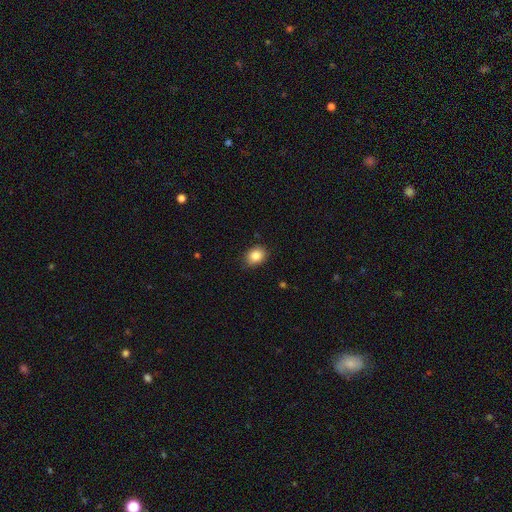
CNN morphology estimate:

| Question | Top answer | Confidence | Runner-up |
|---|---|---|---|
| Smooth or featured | smooth | 85% | star or artifact (9%) |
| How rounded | in between | 54% | round (45%) |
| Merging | none | 83% | minor disturbance (14%) |